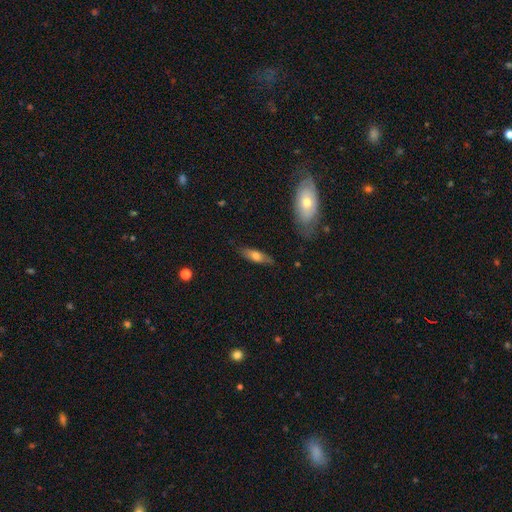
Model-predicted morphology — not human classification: Smooth or featured?
  - smooth: 60% *
  - featured or disk: 33%
  - star or artifact: 7%
How rounded?
  - in between: 49% *
  - cigar-shaped: 48%
  - round: 3%
Merging?
  - none: 78% *
  - minor disturbance: 16%
  - major disturbance: 4%
  - merger: 2%